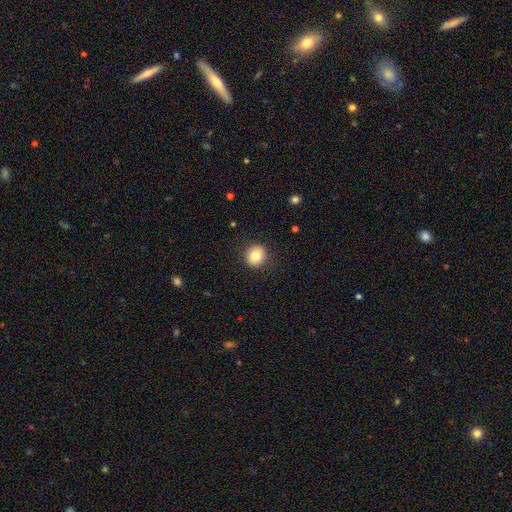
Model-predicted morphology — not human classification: This appears to be a smooth galaxy with no disk features (81%) that is round (91%). Merging: none (90%).